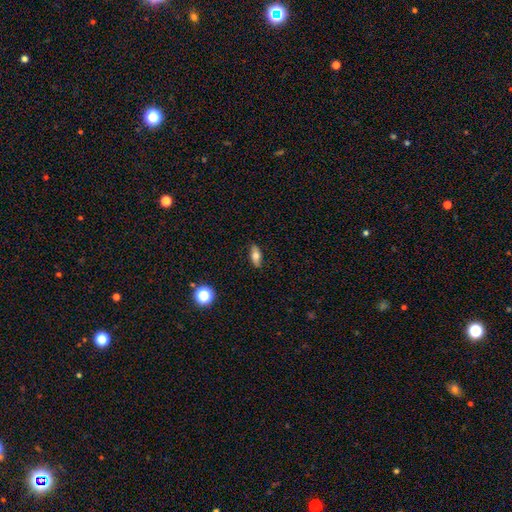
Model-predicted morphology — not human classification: smooth-or-featured: smooth: 69% | featured or disk: 22% | star or artifact: 9%
  how-rounded: in between: 75% | cigar-shaped: 21% | round: 5%
  merging: none: 85% | minor disturbance: 11% | major disturbance: 2% | merger: 1%